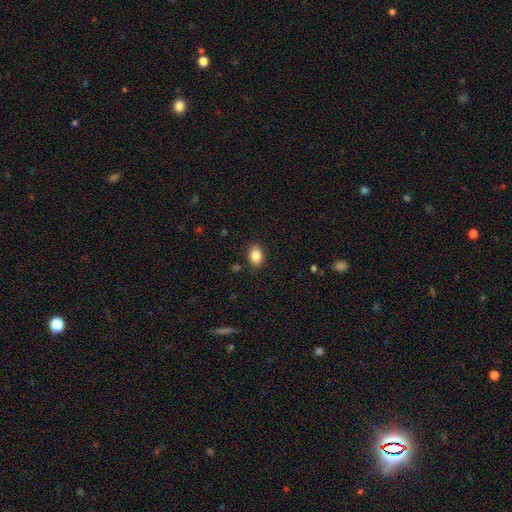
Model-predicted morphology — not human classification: smooth_or_featured: smooth (p=0.85) [alt: star or artifact p=0.09]
how_rounded: in between (p=0.77) [alt: round p=0.22]
merging: none (p=0.88) [alt: minor disturbance p=0.09]